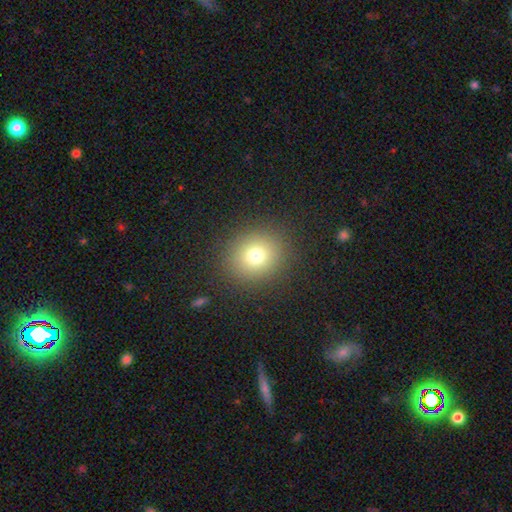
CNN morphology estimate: A smooth galaxy with no disk features (75%) that is round (81%).

Vote fractions:
- Smooth or featured? smooth: 75% / star or artifact: 15% / featured or disk: 9%
- How rounded? round: 81% / in between: 18% / cigar-shaped: 1%
- Merging? none: 89% / minor disturbance: 7% / major disturbance: 4% / merger: 1%